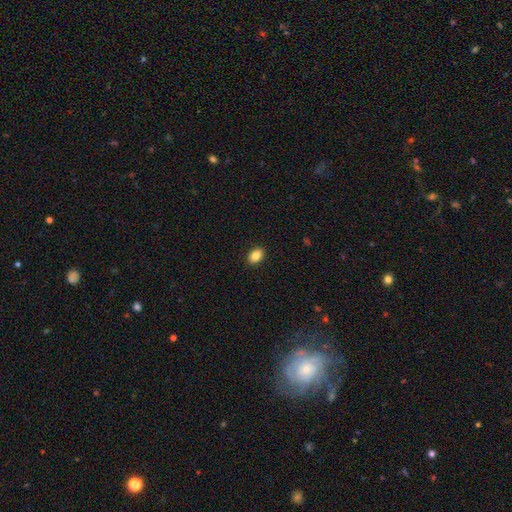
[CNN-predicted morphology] Q: Smooth or featured?
A: smooth (87%); runner-up: star or artifact (8%)
Q: How rounded?
A: in between (83%); runner-up: round (16%)
Q: Merging?
A: none (90%); runner-up: minor disturbance (7%)